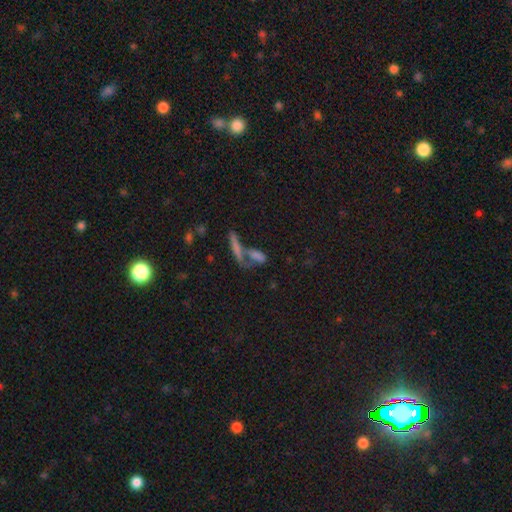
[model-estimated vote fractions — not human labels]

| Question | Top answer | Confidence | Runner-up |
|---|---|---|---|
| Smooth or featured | smooth | 53% | featured or disk (26%) |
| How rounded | cigar-shaped | 51% | in between (40%) |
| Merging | merger | 48% | none (35%) |